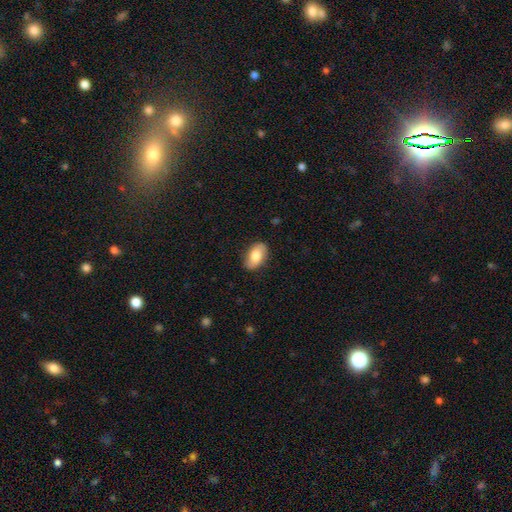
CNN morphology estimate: The model was most divided on "smooth or featured": smooth: 70%, featured or disk: 23%, star or artifact: 7%. More confident: how rounded — in between (92%); merging — none (84%).